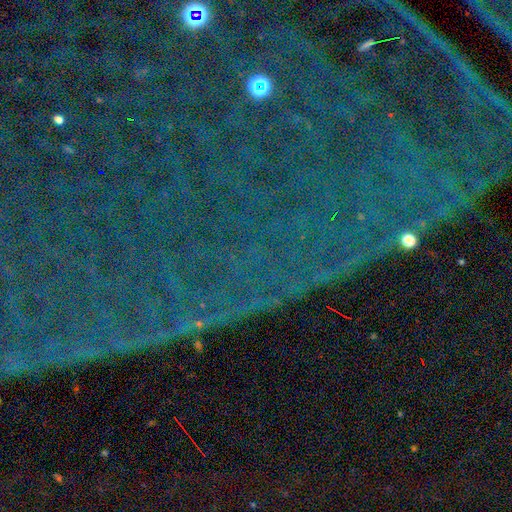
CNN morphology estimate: smooth-or-featured: star or artifact: 86% | featured or disk: 7% | smooth: 7%